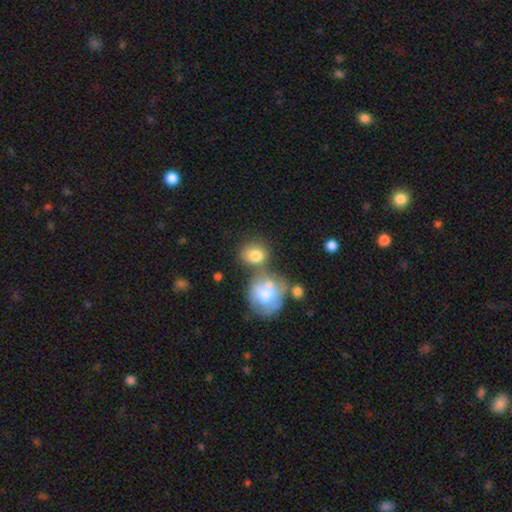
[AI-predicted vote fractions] Smooth or featured: smooth — 78% (featured or disk — 13%)
How rounded: round — 63% (in between — 35%)
Merging: none — 46% (merger — 32%)